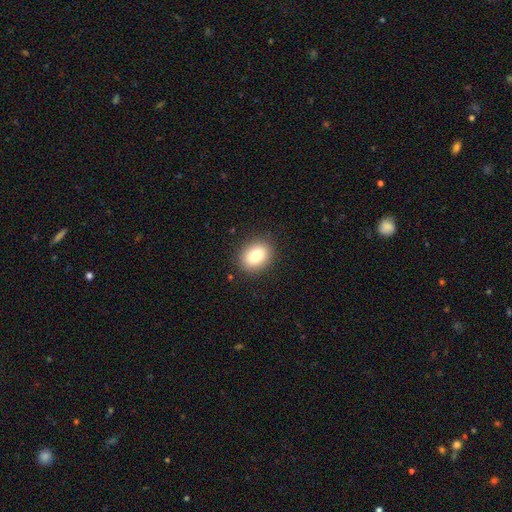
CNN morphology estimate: A smooth galaxy with no disk features (83%) that is in between round and cigar-shaped (63%). Merging: none (88%).